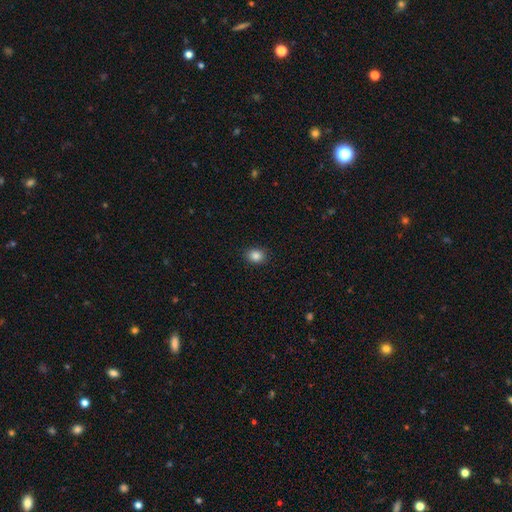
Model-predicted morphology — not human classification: Smooth or featured?
  - smooth: 86% *
  - star or artifact: 10%
  - featured or disk: 4%
How rounded?
  - round: 59% *
  - in between: 40%
  - cigar-shaped: 1%
Merging?
  - none: 90% *
  - minor disturbance: 7%
  - major disturbance: 2%
  - merger: 1%